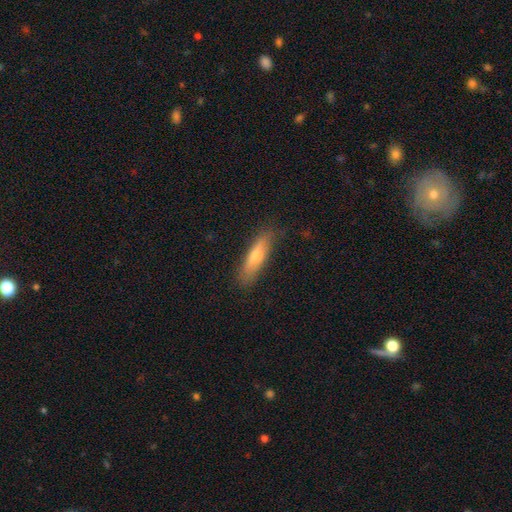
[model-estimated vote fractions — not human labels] Overall: smooth (62%; featured or disk 31%). How rounded: cigar-shaped (72%). Merging: none (82%).